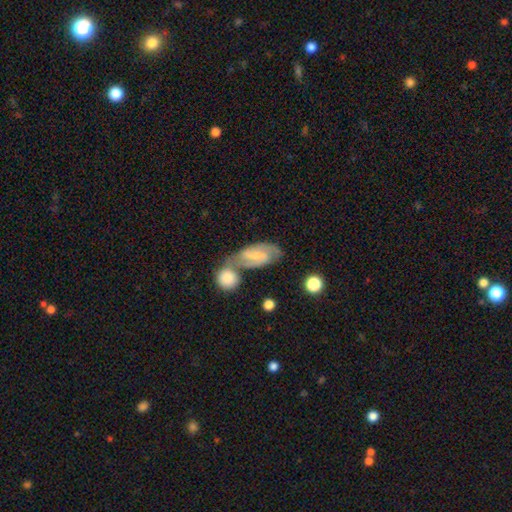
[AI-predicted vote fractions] This appears to be a featured or disk galaxy (63%) with a weak bar (50%), 2 (83%) medium (50%) spiral arms (88%) and a small central bulge (61%). Merging: none (41%).